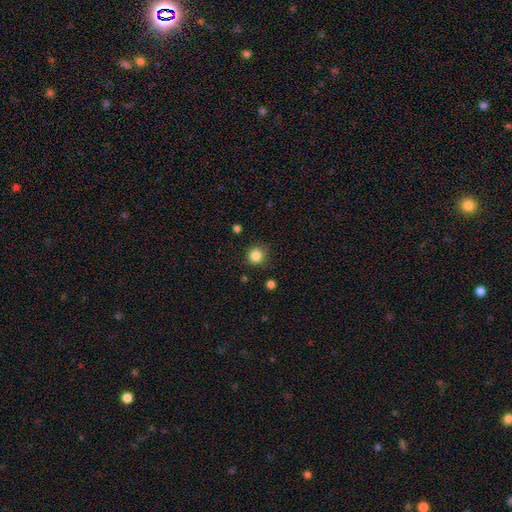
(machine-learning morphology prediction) smooth_or_featured: smooth (p=0.84) [alt: star or artifact p=0.11]
how_rounded: round (p=0.93) [alt: in between p=0.06]
merging: none (p=0.86) [alt: minor disturbance p=0.09]